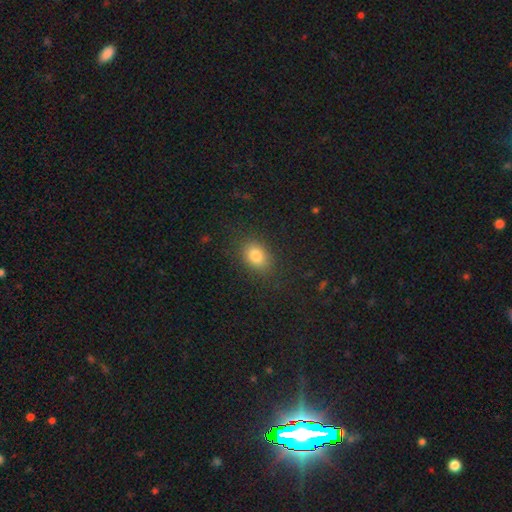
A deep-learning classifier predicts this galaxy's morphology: smooth 83%, star or artifact 10%, featured or disk 7%. Down the decision tree: how rounded — in between (74%); merging — none (84%).